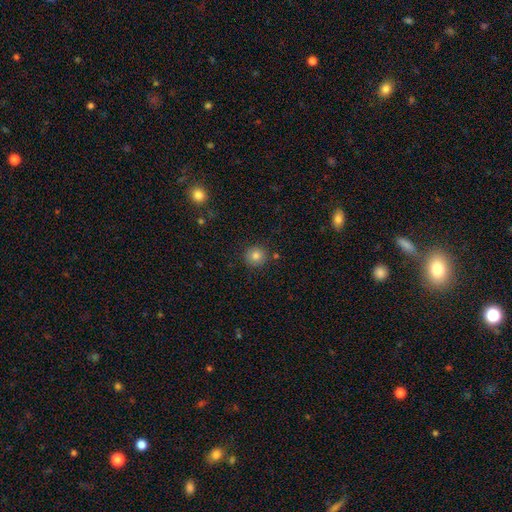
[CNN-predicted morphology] Smooth or featured: smooth — 83% (star or artifact — 11%)
How rounded: round — 94% (in between — 5%)
Merging: none — 88% (minor disturbance — 8%)